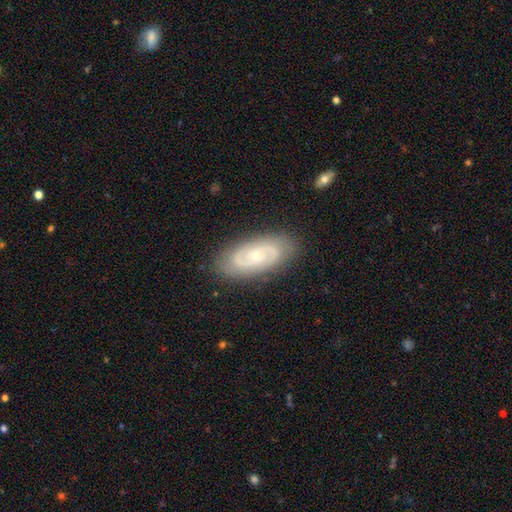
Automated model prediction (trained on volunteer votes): Smooth or featured? featured or disk (80%)
Edge-on disk? no (95%)
Bar? no (68%)
Spiral arms? yes (92%)
Spiral winding? tight (56%)
Spiral arm count? 2 (76%)
Bulge size? small (65%)
Merging? none (85%)